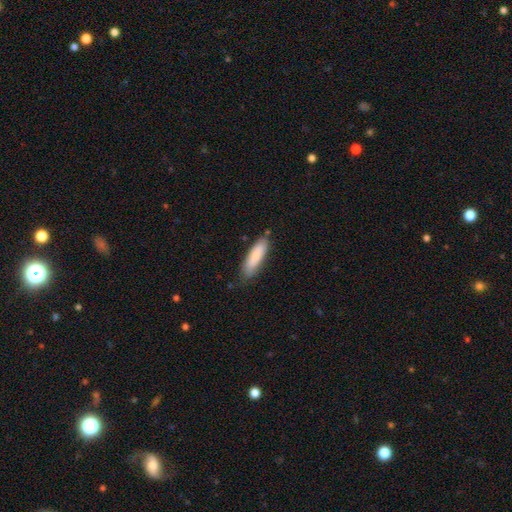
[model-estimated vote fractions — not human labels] Smooth or featured?
  - smooth: 84% *
  - featured or disk: 10%
  - star or artifact: 6%
How rounded?
  - cigar-shaped: 58% *
  - in between: 41%
  - round: 1%
Merging?
  - none: 75% *
  - minor disturbance: 19%
  - major disturbance: 3%
  - merger: 3%